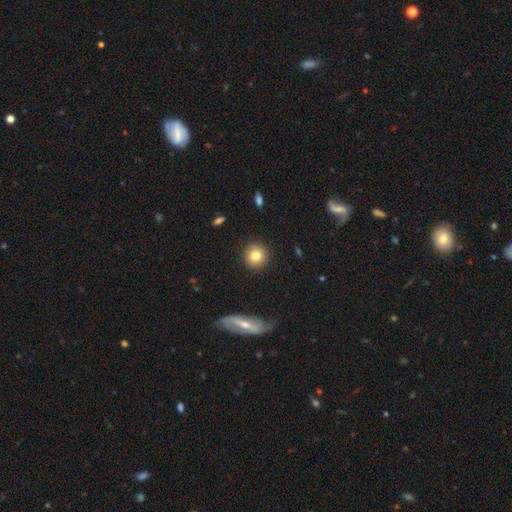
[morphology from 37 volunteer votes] Volunteers were most divided on "how rounded": round: 84%, in between: 12%, cigar-shaped: 3%. More confident: merging — none (91%); smooth or featured — smooth (86%).